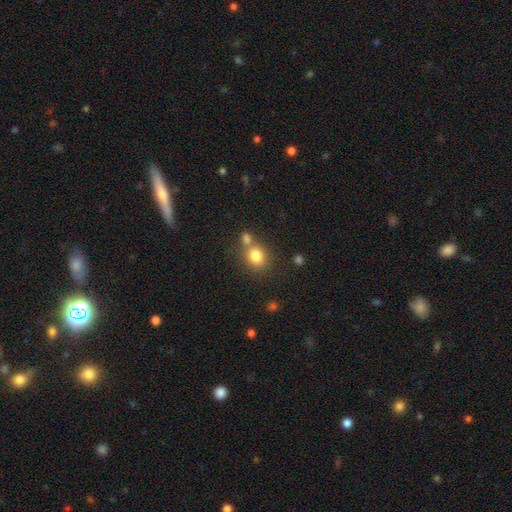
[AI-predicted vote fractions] Smooth or featured: smooth — 80% (star or artifact — 11%)
How rounded: round — 71% (in between — 28%)
Merging: none — 55% (merger — 30%)